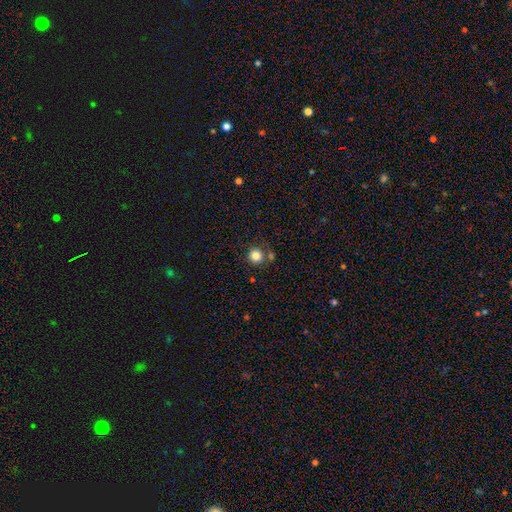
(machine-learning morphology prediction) smooth_or_featured: smooth (p=0.84) [alt: star or artifact p=0.11]
how_rounded: round (p=0.93) [alt: in between p=0.06]
merging: none (p=0.75) [alt: merger p=0.11]